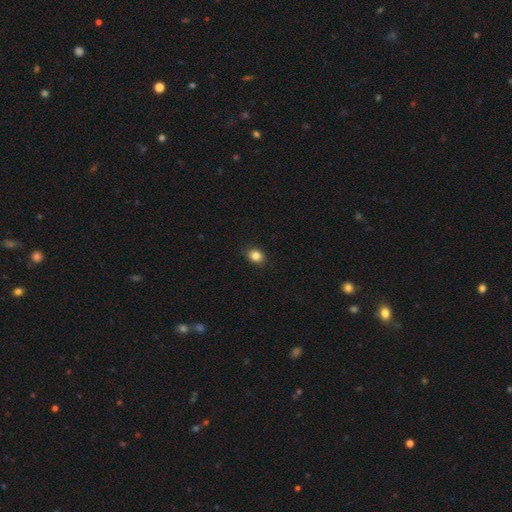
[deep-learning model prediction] Overall: smooth (84%). How rounded: in between (58%; round 41%). Merging: none (88%).